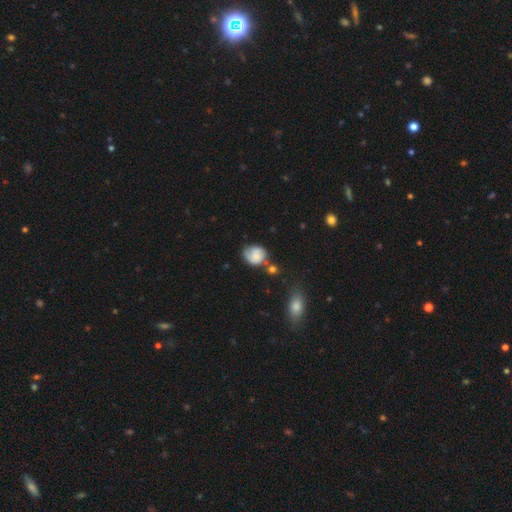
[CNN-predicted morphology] type=smooth (61%); roundness=round (64%); merging=none (49%).